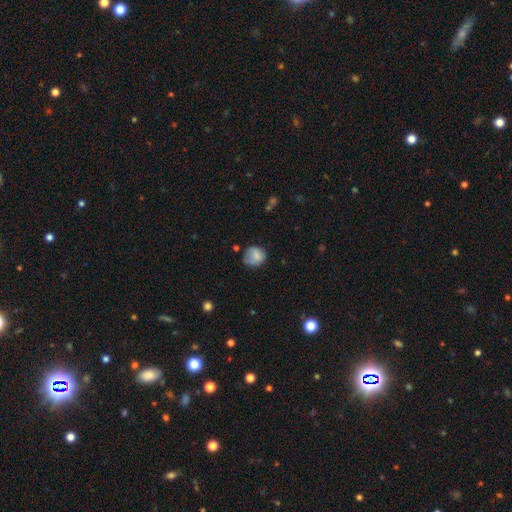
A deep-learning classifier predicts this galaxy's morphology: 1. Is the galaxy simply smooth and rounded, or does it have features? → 76% smooth, 15% featured or disk, 9% star or artifact.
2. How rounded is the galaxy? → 72% round, 27% in between, 1% cigar-shaped.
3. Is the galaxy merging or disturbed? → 54% none, 31% minor disturbance, 12% major disturbance, 3% merger.